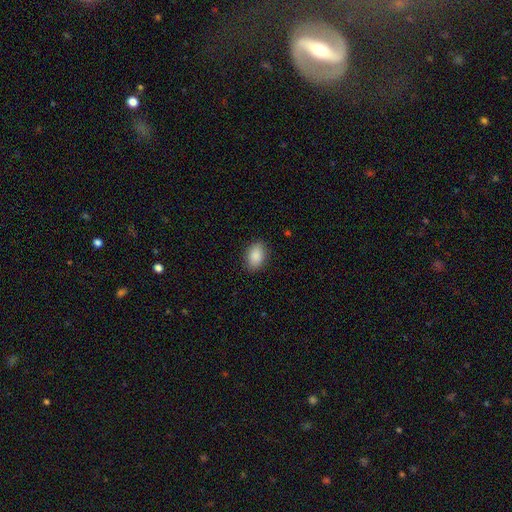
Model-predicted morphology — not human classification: smooth 89%, star or artifact 7%, featured or disk 4%. Down the decision tree: how rounded — in between (84%); merging — none (88%).